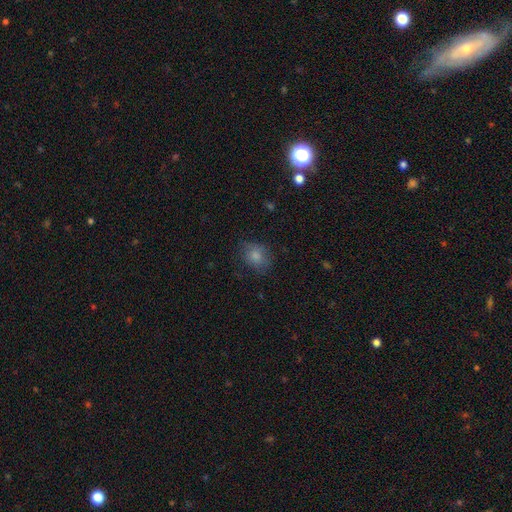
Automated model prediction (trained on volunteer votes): Smooth or featured? smooth (80%)
How rounded? round (50%)
Merging? none (71%)